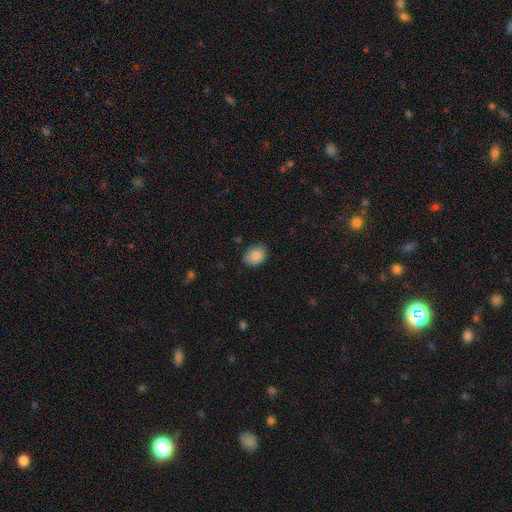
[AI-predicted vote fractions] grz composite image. It shows a smooth galaxy with no disk features (85%) that is in between round and cigar-shaped (60%). Merging: none (79%).